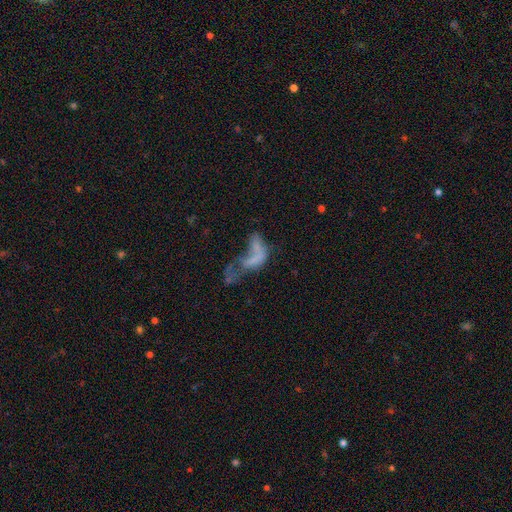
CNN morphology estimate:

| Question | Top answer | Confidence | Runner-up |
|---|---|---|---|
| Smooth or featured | featured or disk | 43% | smooth (40%) |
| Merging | major disturbance | 46% | merger (29%) |